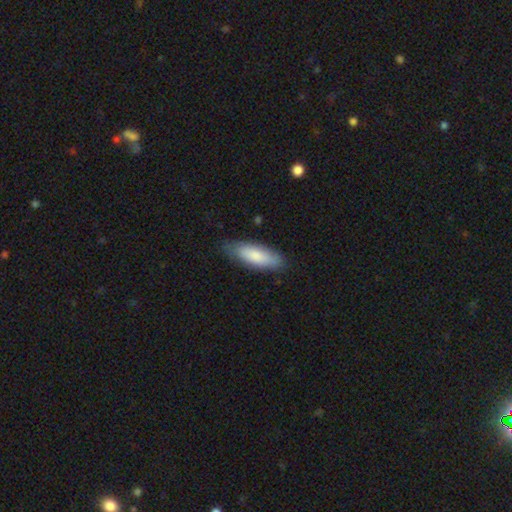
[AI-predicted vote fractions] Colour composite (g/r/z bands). It shows a smooth galaxy with no disk features (81%) that is in between round and cigar-shaped (63%). Merging: none (78%).